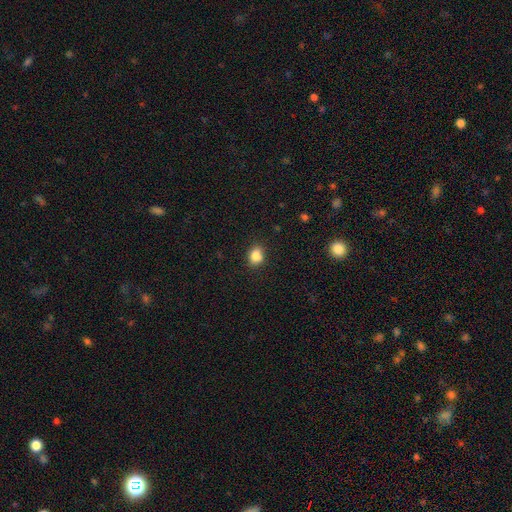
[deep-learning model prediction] Morphology: type=smooth (85%); roundness=round (51%); merging=none (83%).